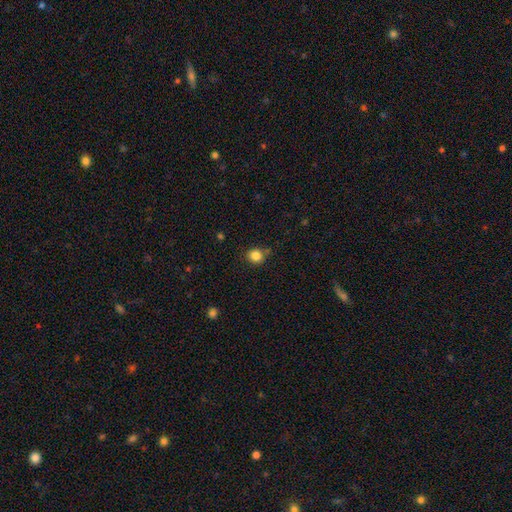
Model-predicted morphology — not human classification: Overall: smooth (84%). How rounded: round (85%). Merging: none (81%).